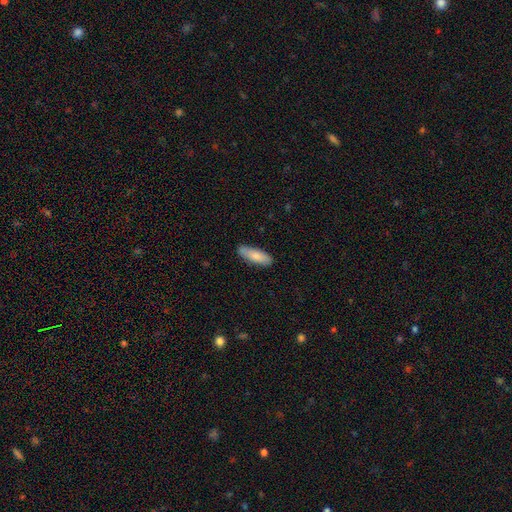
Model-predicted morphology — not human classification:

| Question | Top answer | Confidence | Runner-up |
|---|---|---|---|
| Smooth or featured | smooth | 83% | featured or disk (12%) |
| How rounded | in between | 51% | cigar-shaped (47%) |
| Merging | none | 85% | minor disturbance (12%) |